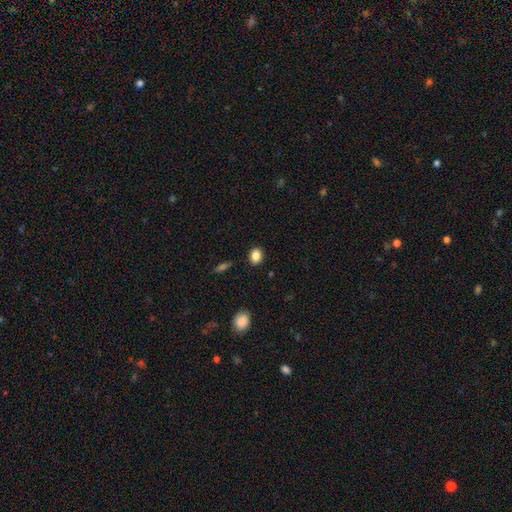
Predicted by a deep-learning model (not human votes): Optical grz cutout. It shows a smooth galaxy with no disk features (86%) that is in between round and cigar-shaped (58%). Merging: none (88%).